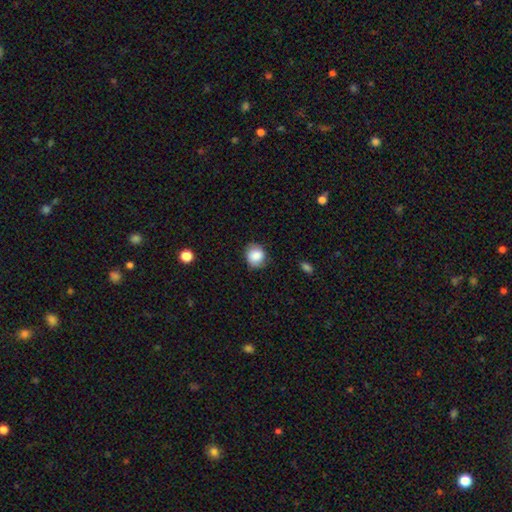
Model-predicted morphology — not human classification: Q: Smooth or featured?
A: smooth (85%); runner-up: star or artifact (8%)
Q: How rounded?
A: round (77%); runner-up: in between (22%)
Q: Merging?
A: none (79%); runner-up: minor disturbance (16%)